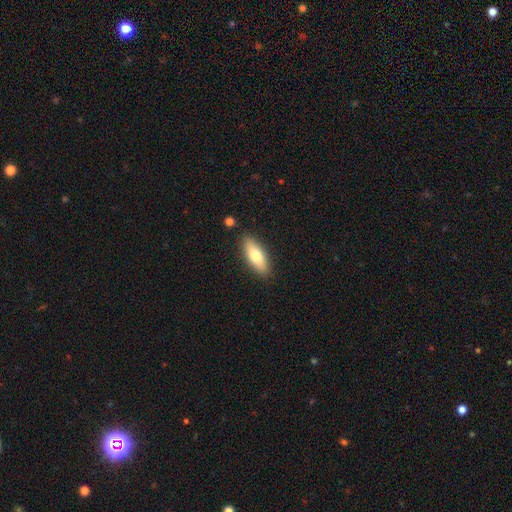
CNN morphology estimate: smooth_or_featured: smooth (p=0.73) [alt: featured or disk p=0.21]
how_rounded: in between (p=0.68) [alt: cigar-shaped p=0.29]
merging: none (p=0.86) [alt: minor disturbance p=0.10]